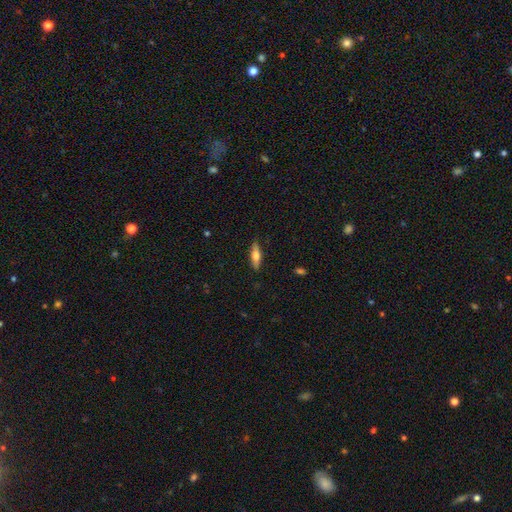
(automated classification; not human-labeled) Smooth or featured? smooth (61%)
How rounded? cigar-shaped (53%)
Merging? none (87%)